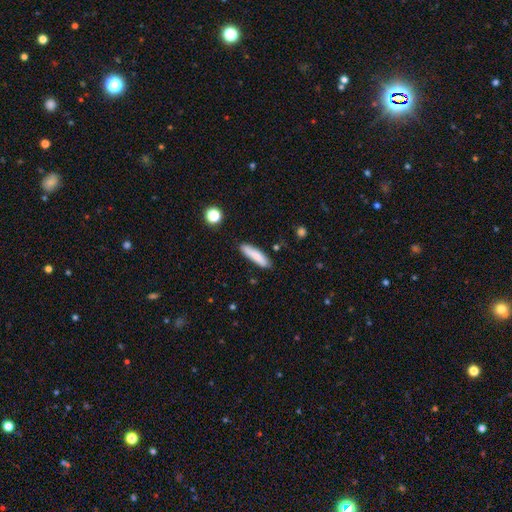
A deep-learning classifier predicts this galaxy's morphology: A smooth galaxy with no disk features (82%) that is cigar-shaped (78%).

Vote fractions:
- Smooth or featured? smooth: 82% / featured or disk: 12% / star or artifact: 7%
- How rounded? cigar-shaped: 78% / in between: 20% / round: 2%
- Merging? none: 82% / minor disturbance: 13% / major disturbance: 2% / merger: 2%